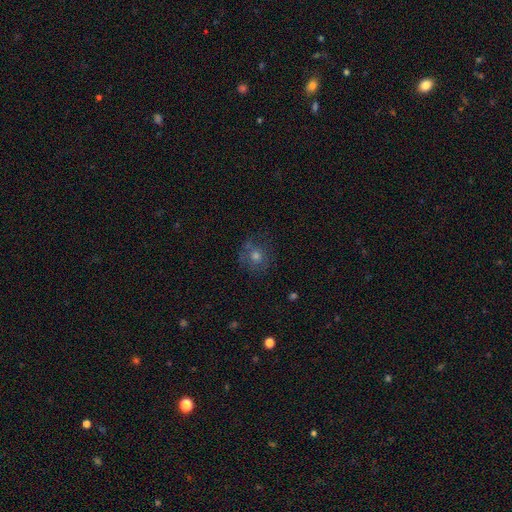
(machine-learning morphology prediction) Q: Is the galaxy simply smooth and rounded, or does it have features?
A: smooth — 51%.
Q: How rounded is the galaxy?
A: round — 87%.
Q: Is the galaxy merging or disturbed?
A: none — 75%.